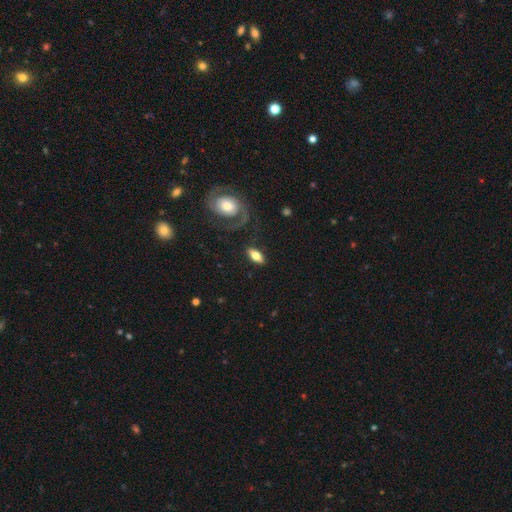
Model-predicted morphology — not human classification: Smooth or featured: smooth — 60% (featured or disk — 34%)
How rounded: in between — 83% (cigar-shaped — 12%)
Merging: none — 79% (minor disturbance — 11%)